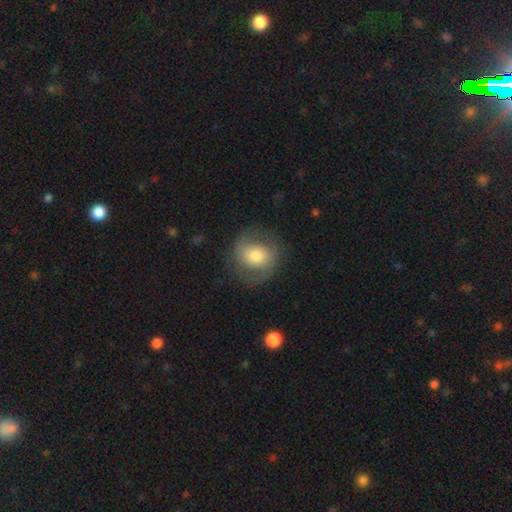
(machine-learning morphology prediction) smooth-or-featured: featured or disk: 49% | smooth: 44% | star or artifact: 7%
  merging: none: 75% | minor disturbance: 15% | major disturbance: 9% | merger: 1%